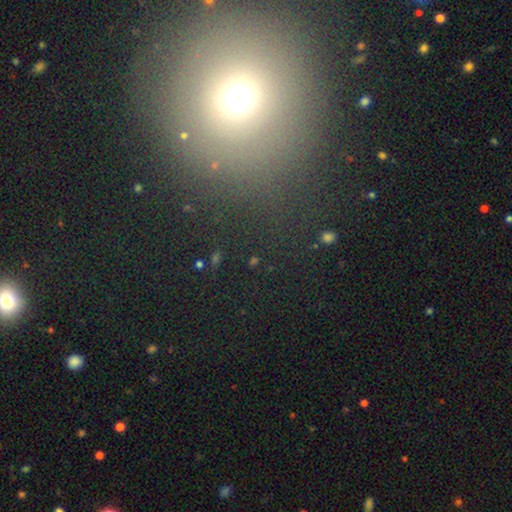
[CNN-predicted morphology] Smooth or featured? Predicted: smooth (p=0.51). How rounded? Predicted: round (p=0.87). Merging? Predicted: none (p=0.83).